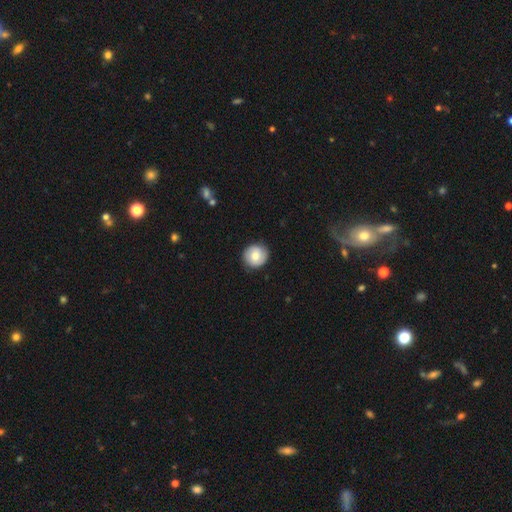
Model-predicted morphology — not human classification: A smooth galaxy with no disk features (73%) that is round (90%).

Vote fractions:
- Smooth or featured? smooth: 73% / featured or disk: 20% / star or artifact: 7%
- How rounded? round: 90% / in between: 9% / cigar-shaped: 1%
- Merging? none: 87% / minor disturbance: 9% / major disturbance: 2% / merger: 1%